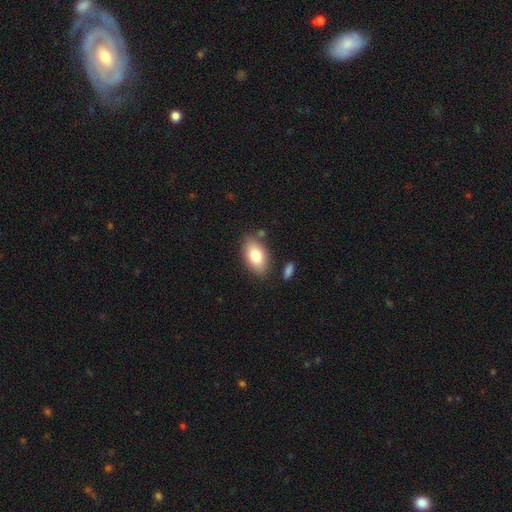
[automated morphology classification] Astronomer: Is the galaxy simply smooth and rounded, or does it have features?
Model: smooth — 80%.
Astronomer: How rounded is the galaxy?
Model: in between — 91%.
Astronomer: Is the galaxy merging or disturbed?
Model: none — 79%.